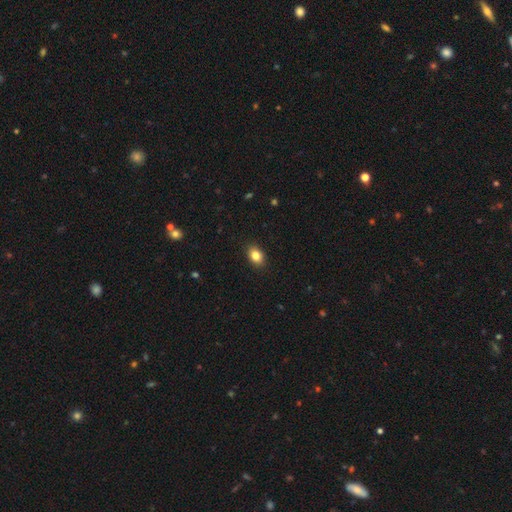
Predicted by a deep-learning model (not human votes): Q: Smooth or featured?
A: smooth (84%); runner-up: star or artifact (9%)
Q: How rounded?
A: in between (75%); runner-up: round (23%)
Q: Merging?
A: none (89%); runner-up: minor disturbance (8%)